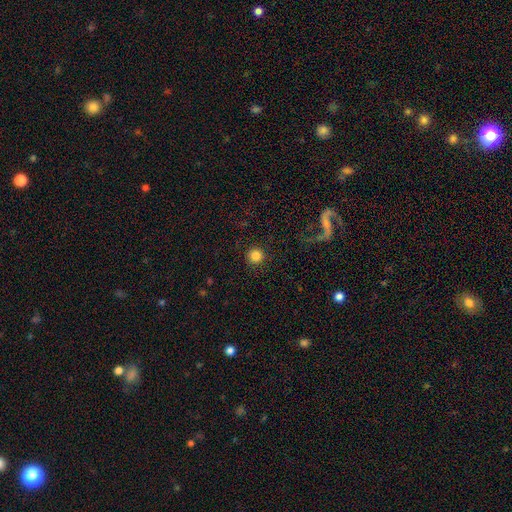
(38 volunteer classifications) smooth_or_featured: smooth (p=0.89) [alt: star or artifact p=0.08]
how_rounded: round (p=0.97) [alt: in between p=0.03]
merging: none (p=0.89) [alt: minor disturbance p=0.09]